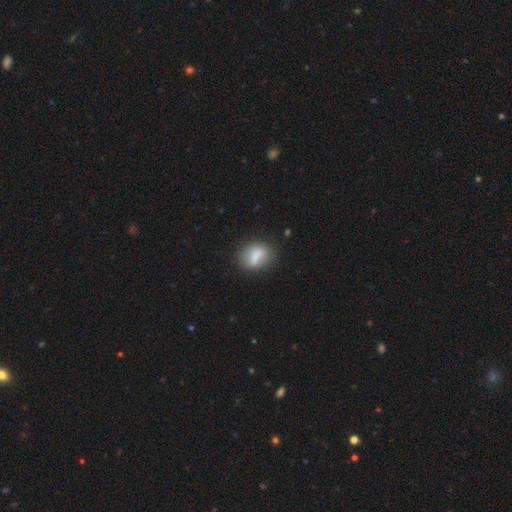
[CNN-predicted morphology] Smooth or featured: smooth — 74% (featured or disk — 18%)
How rounded: in between — 61% (round — 35%)
Merging: none — 63% (minor disturbance — 22%)